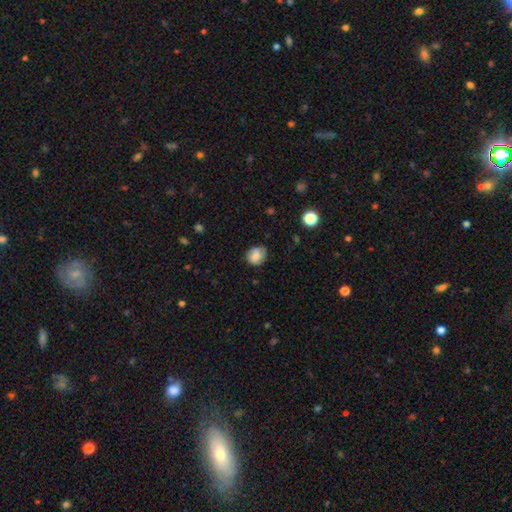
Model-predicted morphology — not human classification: smooth 79%, featured or disk 13%, star or artifact 9%. Down the decision tree: how rounded — round (62%); merging — none (73%).